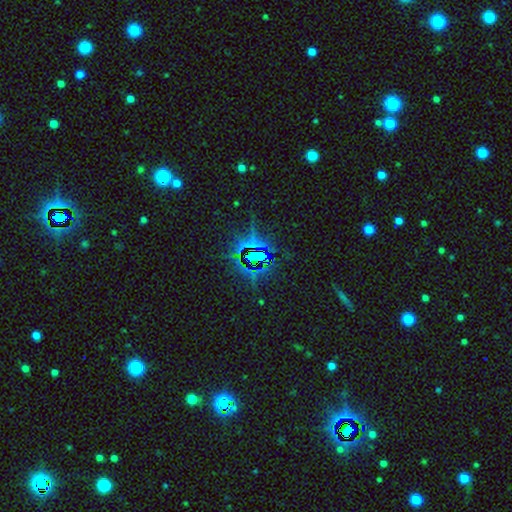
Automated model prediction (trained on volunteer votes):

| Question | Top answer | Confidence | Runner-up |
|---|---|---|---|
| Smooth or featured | star or artifact | 81% | featured or disk (10%) |